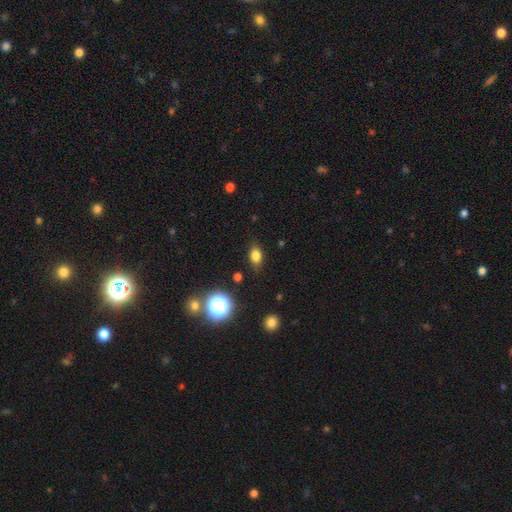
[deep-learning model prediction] smooth 78%, star or artifact 14%, featured or disk 8%. Down the decision tree: how rounded — in between (77%); merging — none (83%).